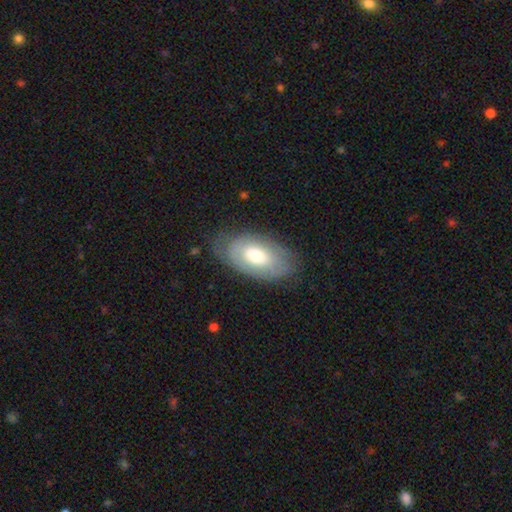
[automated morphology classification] Smooth or featured: smooth — 59% (featured or disk — 35%)
How rounded: in between — 94% (round — 4%)
Merging: none — 71% (minor disturbance — 20%)